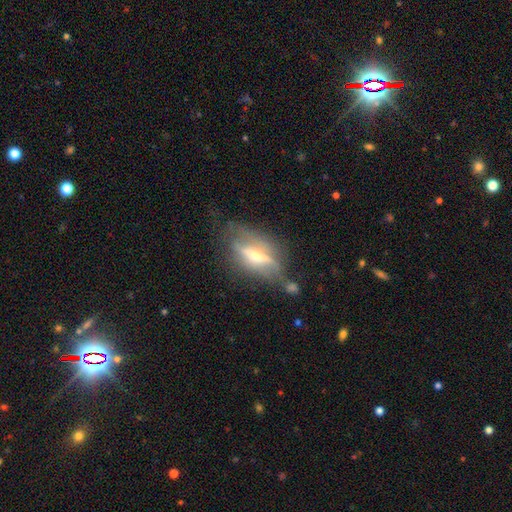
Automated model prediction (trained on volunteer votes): A featured or disk galaxy (70%) viewed edge-on (70%).

Vote fractions:
- Smooth or featured? featured or disk: 70% / smooth: 22% / star or artifact: 7%
- Edge-on disk? yes: 70% / no: 30%
- Merging? none: 53% / minor disturbance: 24% / major disturbance: 16% / merger: 7%